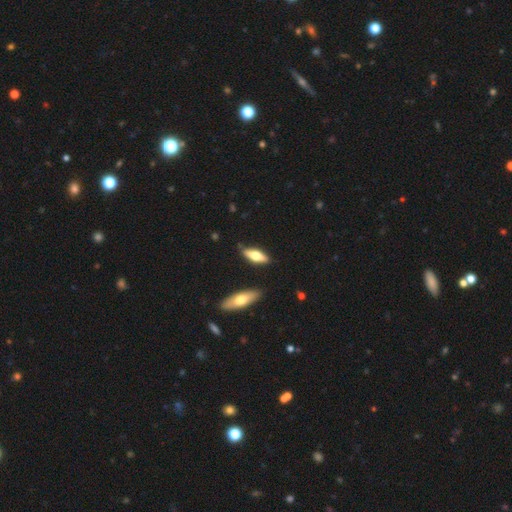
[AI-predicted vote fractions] This is possibly a smooth galaxy (53%). How rounded: possibly in between (55%). Merging: clearly none (83%).